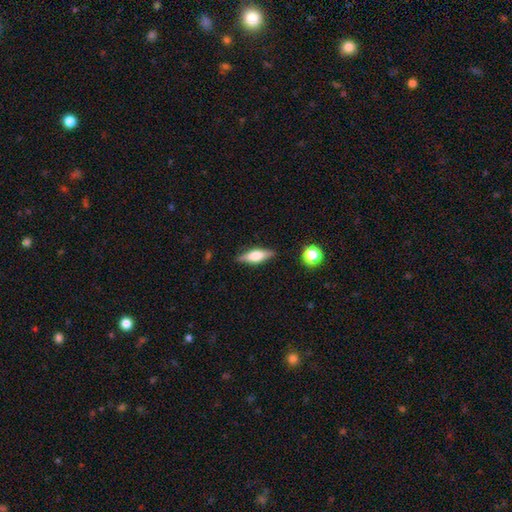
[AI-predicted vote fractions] This appears to be a featured or disk galaxy (49%). Merging: none (85%).